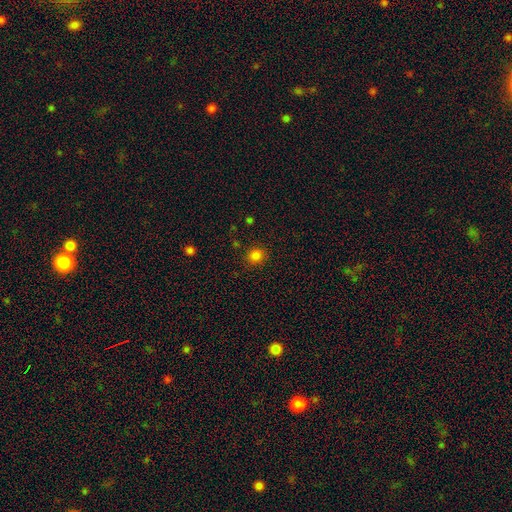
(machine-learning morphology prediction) This appears to be a smooth galaxy with no disk features (83%) that is round (83%). Merging: none (88%).